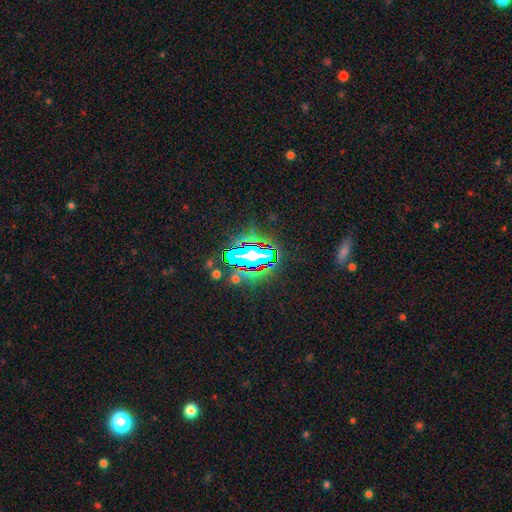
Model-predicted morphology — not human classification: Smooth or featured?
  - star or artifact: 65% *
  - smooth: 19%
  - featured or disk: 15%